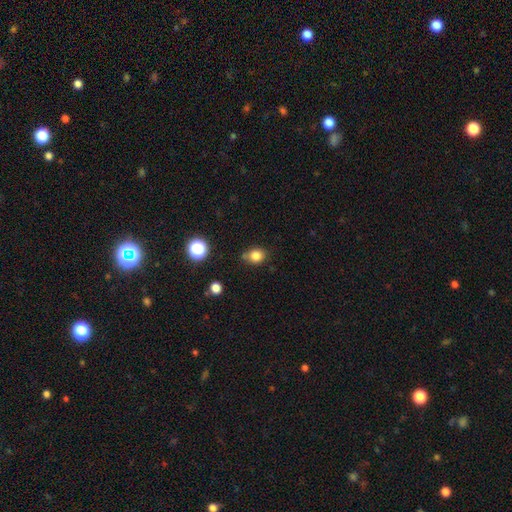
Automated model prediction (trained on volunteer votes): smooth_or_featured: smooth (p=0.82) [alt: star or artifact p=0.13]
how_rounded: round (p=0.66) [alt: in between p=0.33]
merging: none (p=0.71) [alt: minor disturbance p=0.18]